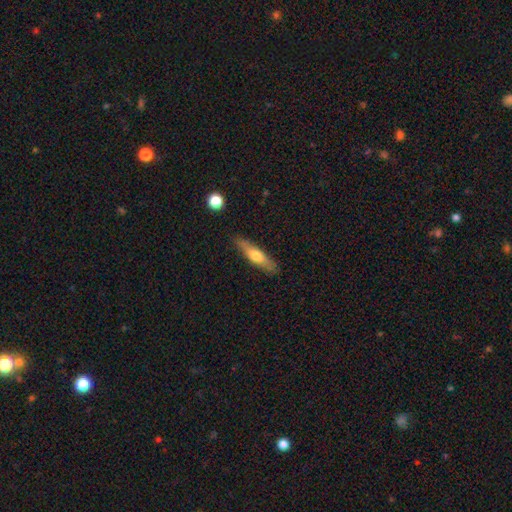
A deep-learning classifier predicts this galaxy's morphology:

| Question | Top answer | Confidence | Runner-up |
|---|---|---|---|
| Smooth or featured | smooth | 53% | featured or disk (41%) |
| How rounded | cigar-shaped | 75% | in between (23%) |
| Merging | none | 85% | minor disturbance (11%) |